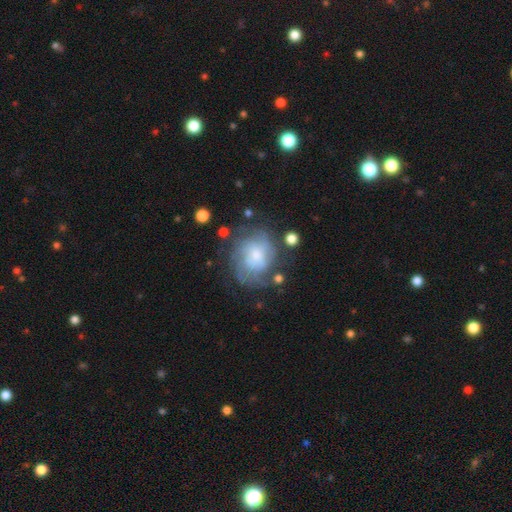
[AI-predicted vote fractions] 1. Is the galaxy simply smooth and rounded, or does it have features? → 56% featured or disk, 34% smooth, 10% star or artifact.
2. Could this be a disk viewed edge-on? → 97% no, 3% yes.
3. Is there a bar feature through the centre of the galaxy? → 71% no, 26% weak, 4% strong.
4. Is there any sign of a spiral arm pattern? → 73% yes, 27% no.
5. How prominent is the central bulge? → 41% small, 37% moderate, 12% large, 9% none, 2% dominant.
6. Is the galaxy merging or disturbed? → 60% none, 21% minor disturbance, 15% major disturbance, 4% merger.